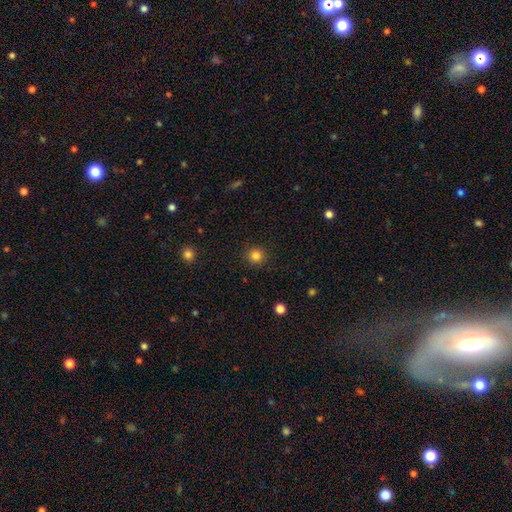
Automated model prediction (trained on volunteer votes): Morphology: type=smooth (84%); roundness=round (95%); merging=none (91%).